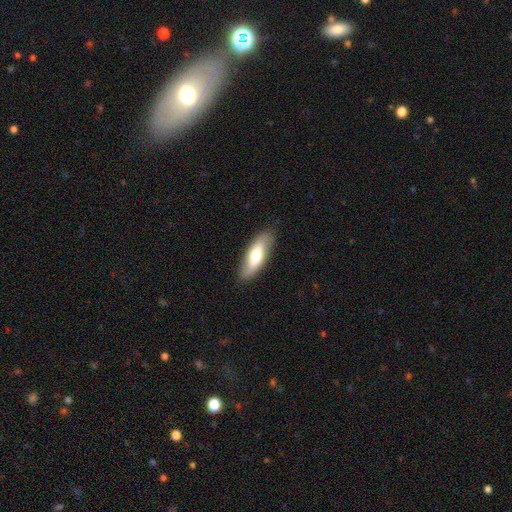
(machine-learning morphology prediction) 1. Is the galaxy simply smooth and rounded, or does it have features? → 63% smooth, 32% featured or disk, 5% star or artifact.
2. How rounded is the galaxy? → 62% in between, 35% cigar-shaped, 3% round.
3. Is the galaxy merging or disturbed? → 85% none, 12% minor disturbance, 2% major disturbance, 1% merger.